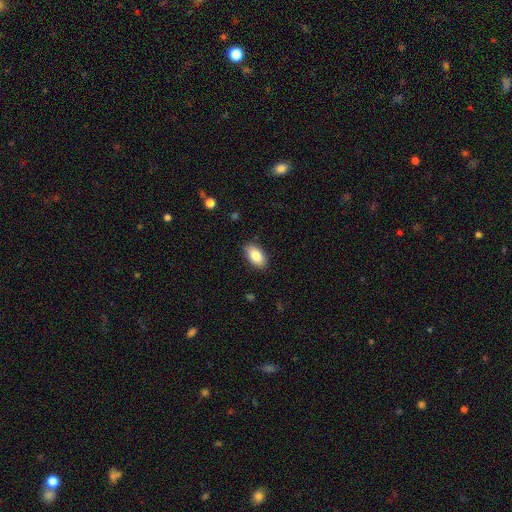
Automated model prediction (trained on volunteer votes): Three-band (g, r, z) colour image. It shows a smooth galaxy with no disk features (84%) that is in between round and cigar-shaped (93%). Merging: none (87%).